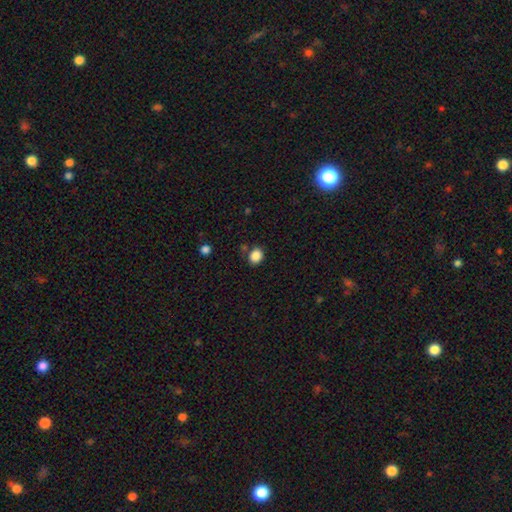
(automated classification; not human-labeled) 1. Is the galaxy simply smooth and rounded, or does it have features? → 86% smooth, 10% star or artifact, 4% featured or disk.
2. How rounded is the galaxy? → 59% round, 40% in between, 1% cigar-shaped.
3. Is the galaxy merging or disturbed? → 78% none, 12% minor disturbance, 6% merger, 4% major disturbance.